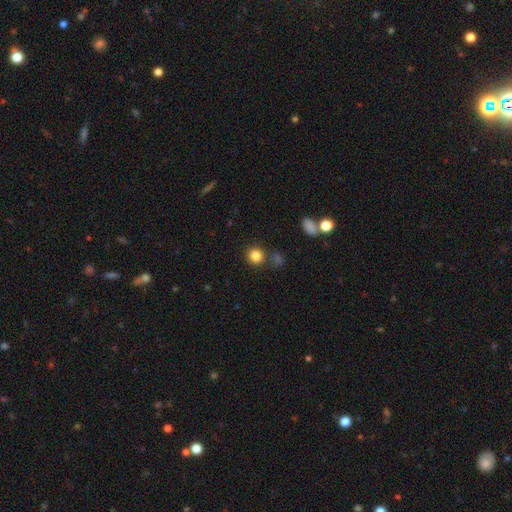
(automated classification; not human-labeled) Overall: smooth (84%). How rounded: round (88%). Merging: none (78%).